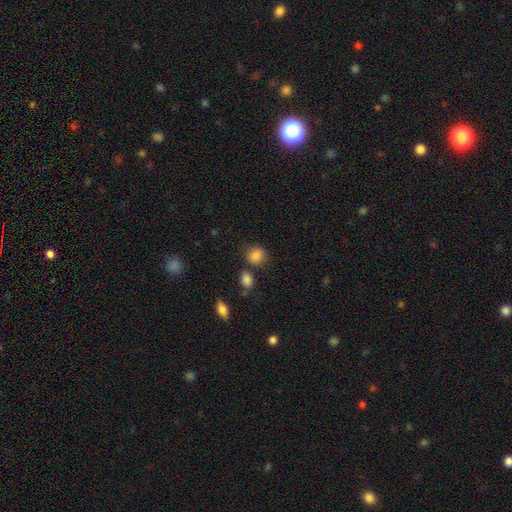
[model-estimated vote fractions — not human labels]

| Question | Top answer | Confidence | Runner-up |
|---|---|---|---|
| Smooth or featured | smooth | 85% | star or artifact (10%) |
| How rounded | round | 73% | in between (26%) |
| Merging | none | 70% | minor disturbance (14%) |